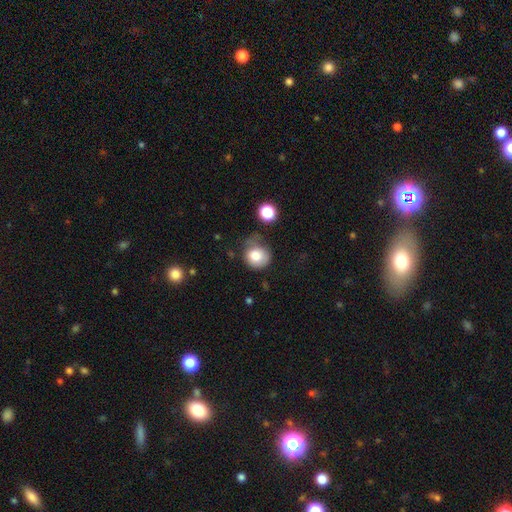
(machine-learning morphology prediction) The model was most divided on "merging": none: 46%, minor disturbance: 31%, major disturbance: 16%, merger: 7%. More confident: how rounded — round (81%); smooth or featured — smooth (79%).